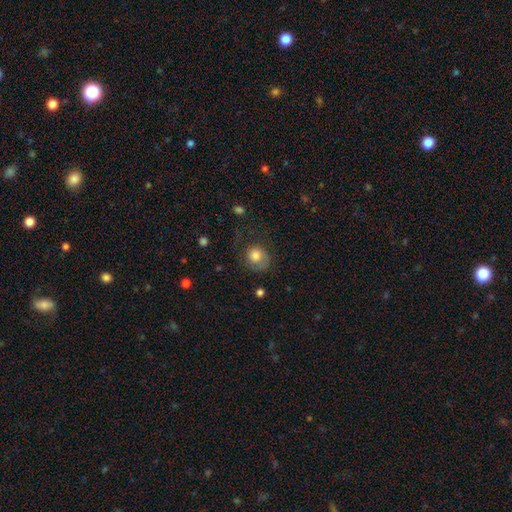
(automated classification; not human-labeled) This appears to be a smooth galaxy with no disk features (75%) that is round (75%). Merging: none (54%).